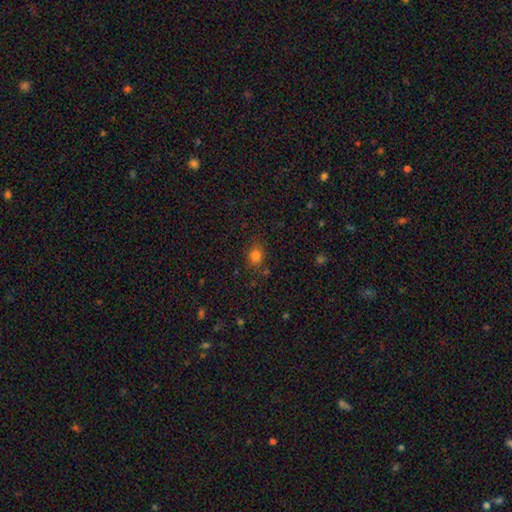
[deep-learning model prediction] This appears to be a smooth galaxy with no disk features (79%) that is round (65%). Merging: none (78%).